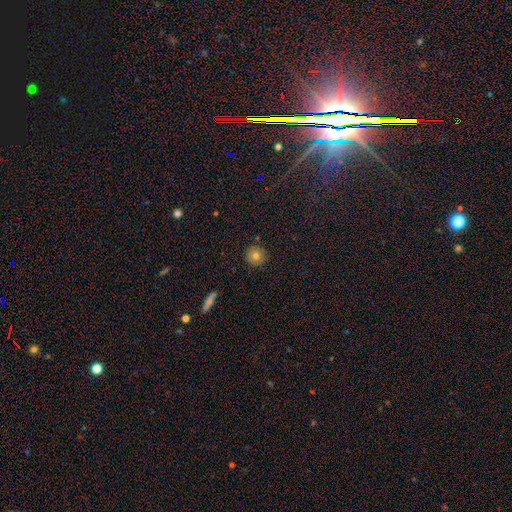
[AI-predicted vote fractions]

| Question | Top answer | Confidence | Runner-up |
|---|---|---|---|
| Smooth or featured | smooth | 75% | featured or disk (14%) |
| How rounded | round | 94% | in between (5%) |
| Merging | none | 89% | minor disturbance (8%) |